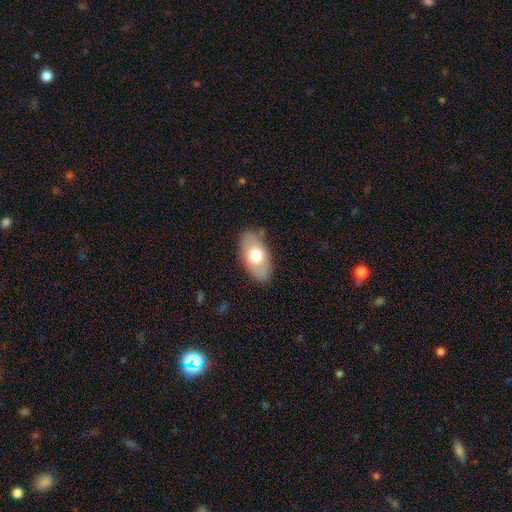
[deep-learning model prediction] Smooth or featured? Predicted: smooth (p=0.67). How rounded? Predicted: in between (p=0.93). Merging? Predicted: none (p=0.82).